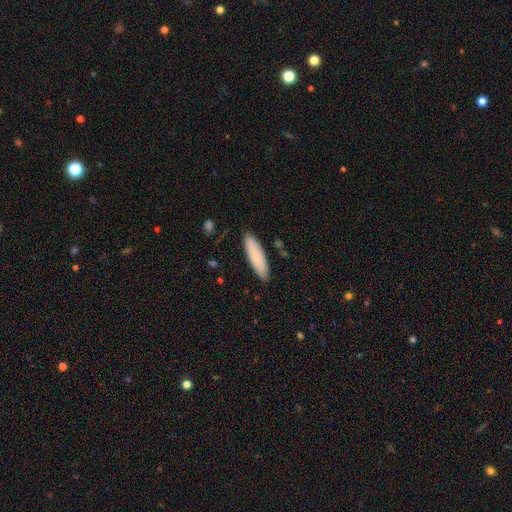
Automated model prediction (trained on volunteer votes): Smooth or featured? Predicted: smooth (p=0.81). How rounded? Predicted: cigar-shaped (p=0.61). Merging? Predicted: none (p=0.86).